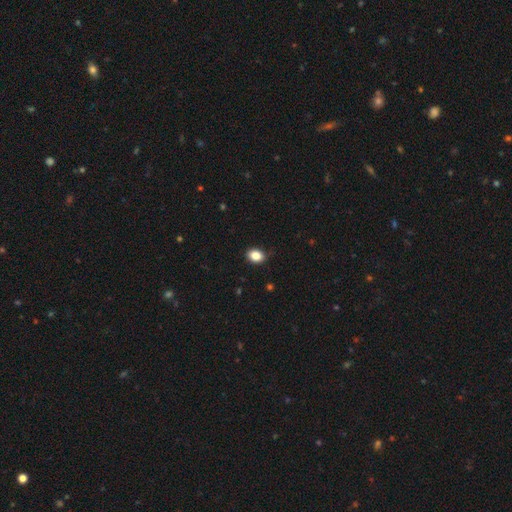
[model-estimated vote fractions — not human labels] The model was most divided on "how rounded": in between: 65%, round: 34%, cigar-shaped: 1%. More confident: smooth or featured — smooth (86%); merging — none (85%).